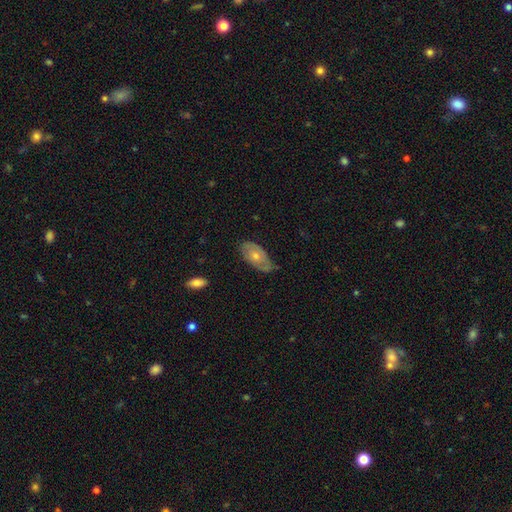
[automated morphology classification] Q: Smooth or featured?
A: featured or disk (60%); runner-up: smooth (33%)
Q: Edge-on disk?
A: no (89%); runner-up: yes (11%)
Q: Bar?
A: no (83%); runner-up: weak (14%)
Q: Spiral arms?
A: yes (62%); runner-up: no (38%)
Q: Bulge size?
A: moderate (51%); runner-up: small (45%)
Q: Merging?
A: none (70%); runner-up: minor disturbance (23%)